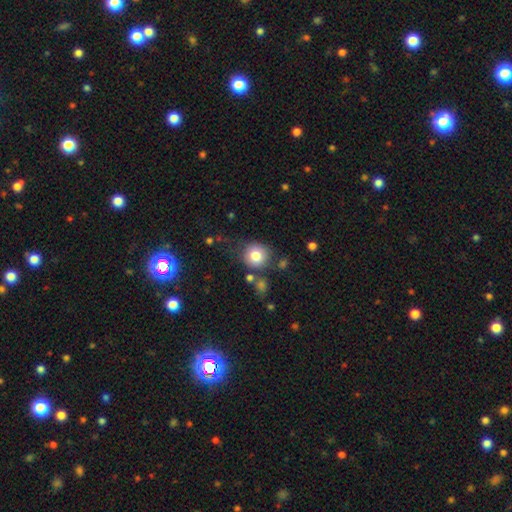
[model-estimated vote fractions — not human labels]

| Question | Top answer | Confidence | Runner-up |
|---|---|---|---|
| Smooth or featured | smooth | 81% | star or artifact (10%) |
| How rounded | round | 90% | in between (9%) |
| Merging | none | 75% | minor disturbance (13%) |